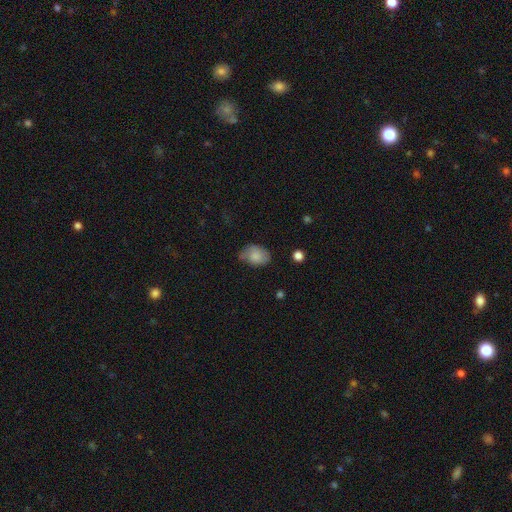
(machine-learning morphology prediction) Overall: smooth (71%). How rounded: in between (79%). Merging: none (54%; minor disturbance 33%).